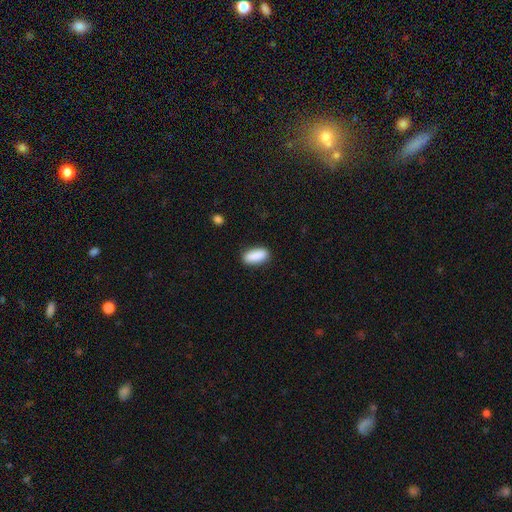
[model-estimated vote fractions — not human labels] Smooth or featured? Predicted: smooth (p=0.90). How rounded? Predicted: in between (p=0.83). Merging? Predicted: none (p=0.87).